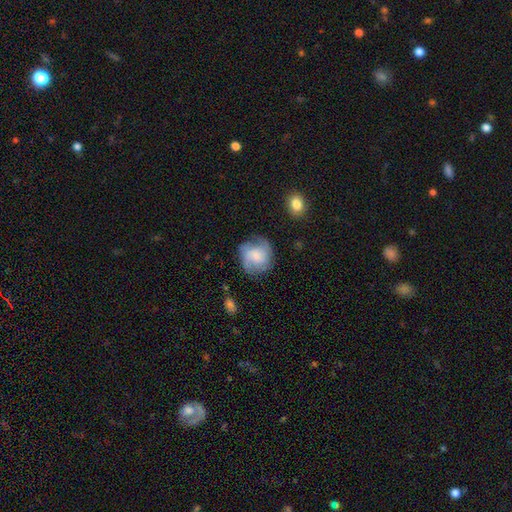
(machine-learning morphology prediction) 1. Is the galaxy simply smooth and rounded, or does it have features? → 52% featured or disk, 40% smooth, 8% star or artifact.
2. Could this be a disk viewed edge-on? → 98% no, 2% yes.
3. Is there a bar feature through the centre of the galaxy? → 60% no, 34% weak, 6% strong.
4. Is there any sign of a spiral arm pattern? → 86% yes, 14% no.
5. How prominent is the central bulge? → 40% small, 32% moderate, 16% none, 10% large, 2% dominant.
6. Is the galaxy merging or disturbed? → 64% none, 23% minor disturbance, 11% major disturbance, 2% merger.